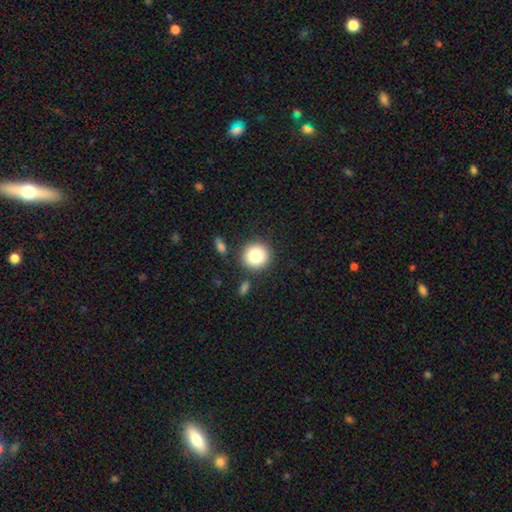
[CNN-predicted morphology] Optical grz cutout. It shows a smooth galaxy with no disk features (81%) that is round (92%). Merging: none (85%).